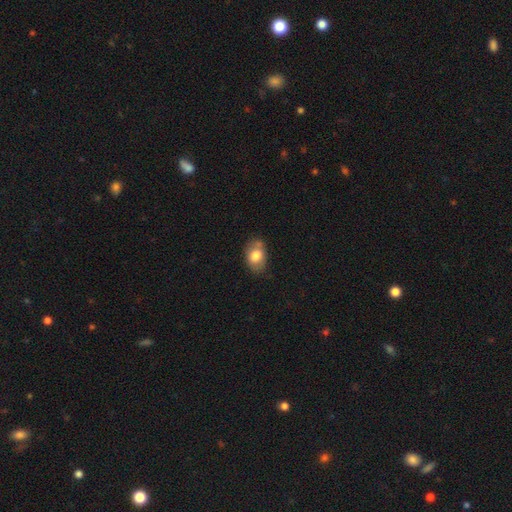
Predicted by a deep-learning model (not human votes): Smooth or featured: smooth — 77% (featured or disk — 15%)
How rounded: in between — 84% (round — 14%)
Merging: none — 66% (minor disturbance — 24%)